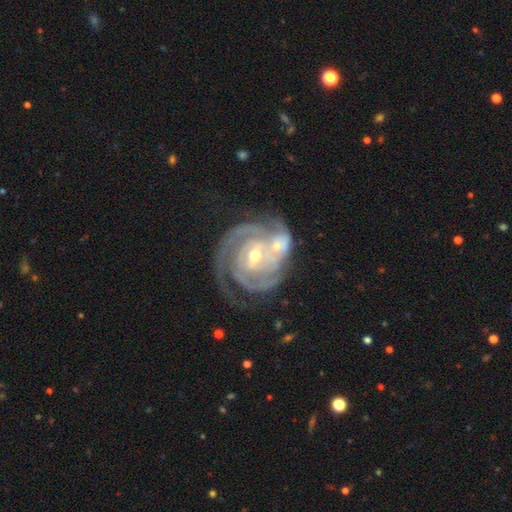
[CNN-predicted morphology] smooth_or_featured: featured or disk (p=0.90) [alt: smooth p=0.05]
disk_edge_on: no (p=0.98) [alt: yes p=0.02]
bar: no (p=0.45) [alt: weak p=0.39]
has_spiral_arms: yes (p=0.97) [alt: no p=0.03]
spiral_winding: tight (p=0.74) [alt: medium p=0.22]
spiral_arm_count: 2 (p=0.41) [alt: 3 p=0.24]
bulge_size: moderate (p=0.55) [alt: small p=0.42]
merging: merger (p=0.43) [alt: none p=0.35]